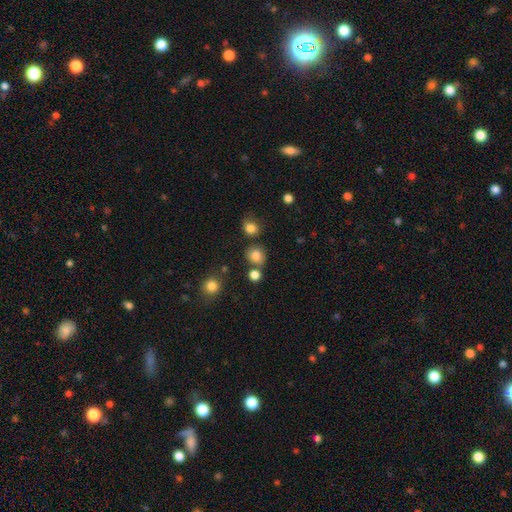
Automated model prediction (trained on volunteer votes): Q: Smooth or featured?
A: smooth (82%); runner-up: star or artifact (13%)
Q: How rounded?
A: round (81%); runner-up: in between (18%)
Q: Merging?
A: none (75%); runner-up: merger (12%)